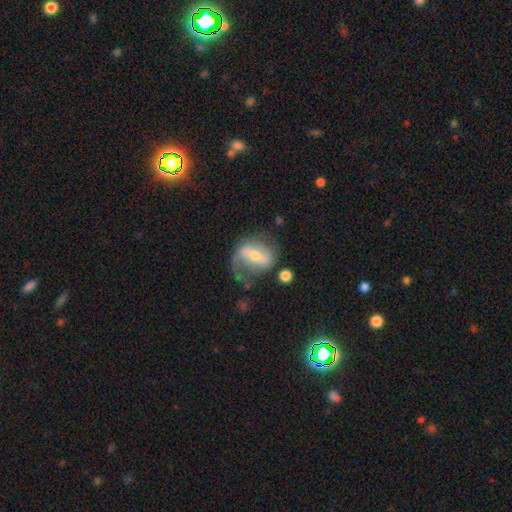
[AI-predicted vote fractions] Smooth or featured?
  - featured or disk: 72% *
  - smooth: 21%
  - star or artifact: 7%
Edge-on disk?
  - no: 95% *
  - yes: 5%
Bar?
  - strong: 45% *
  - weak: 37%
  - no: 19%
Spiral arms?
  - yes: 83% *
  - no: 17%
Spiral winding?
  - loose: 48% *
  - medium: 37%
  - tight: 15%
Spiral arm count?
  - 2: 60% *
  - 1: 29%
  - can't tell: 8%
  - 3: 1%
  - 4: 1%
  - more than 4: 1%
Bulge size?
  - moderate: 53% *
  - small: 40%
  - large: 4%
  - none: 2%
  - dominant: 1%
Merging?
  - none: 47% *
  - major disturbance: 26%
  - minor disturbance: 23%
  - merger: 4%